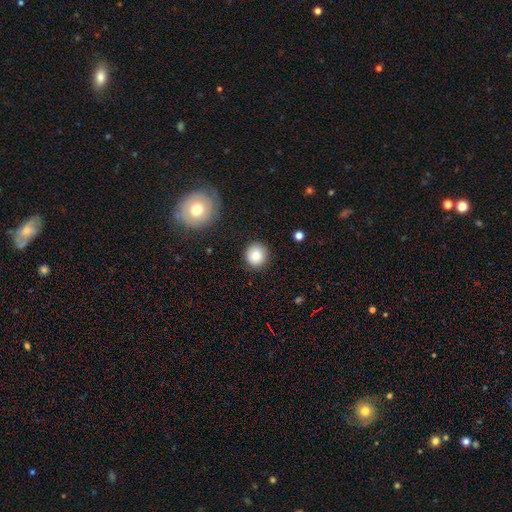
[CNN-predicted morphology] Smooth or featured? smooth (82%)
How rounded? round (91%)
Merging? none (89%)